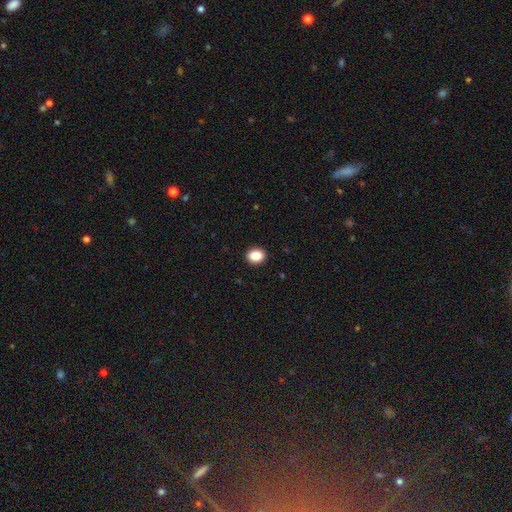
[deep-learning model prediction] The model was most divided on "how rounded": round: 56%, in between: 43%, cigar-shaped: 1%. More confident: merging — none (92%); smooth or featured — smooth (87%).